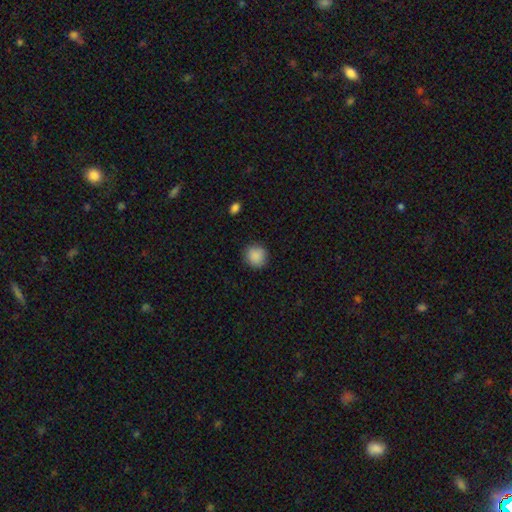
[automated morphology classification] Overall: smooth (89%). How rounded: round (91%). Merging: none (90%).